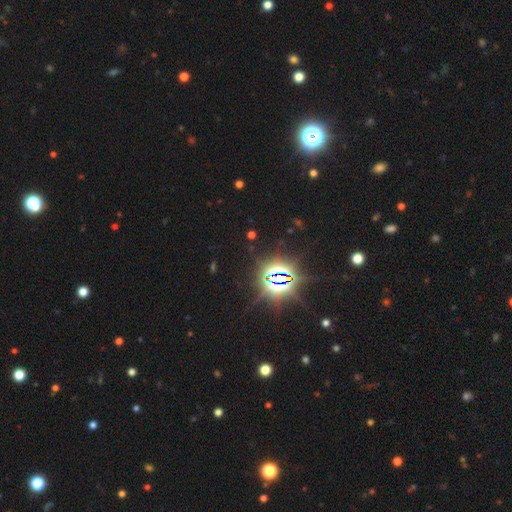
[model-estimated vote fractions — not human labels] star or artifact 84%, smooth 10%, featured or disk 6%.